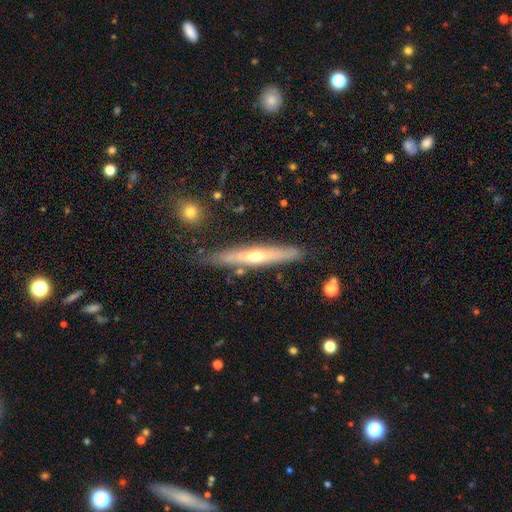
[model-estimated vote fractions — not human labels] smooth_or_featured: featured or disk (p=0.59) [alt: smooth p=0.35]
disk_edge_on: yes (p=0.87) [alt: no p=0.13]
edge_on_bulge: rounded (p=0.73) [alt: none p=0.23]
merging: none (p=0.80) [alt: minor disturbance p=0.14]